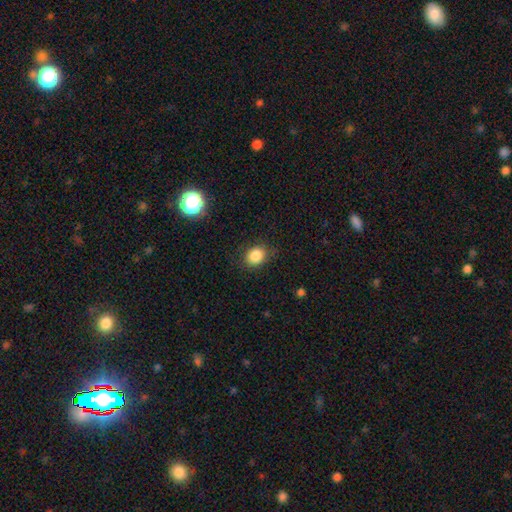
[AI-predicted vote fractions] A smooth galaxy with no disk features (85%) that is round (52%).

Vote fractions:
- Smooth or featured? smooth: 85% / star or artifact: 10% / featured or disk: 5%
- How rounded? round: 52% / in between: 47% / cigar-shaped: 1%
- Merging? none: 82% / minor disturbance: 13% / major disturbance: 4% / merger: 1%